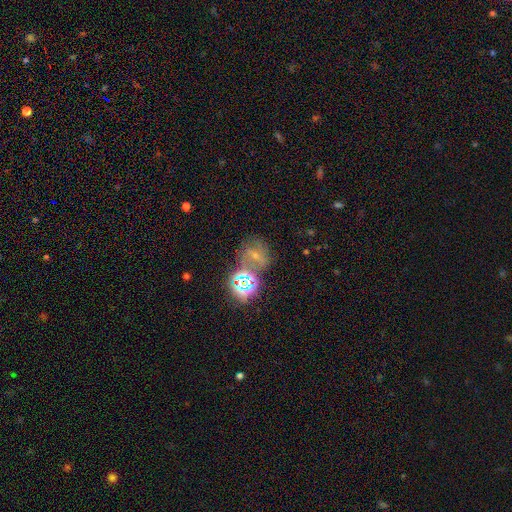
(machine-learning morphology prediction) type=featured or disk (35%); merging=none (55%).